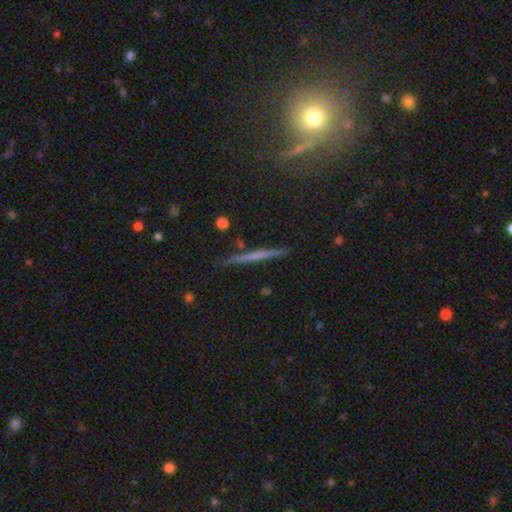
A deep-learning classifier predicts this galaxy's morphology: Smooth or featured? featured or disk (53%)
Edge-on disk? yes (97%)
Edge-on bulge? none (80%)
Merging? none (89%)